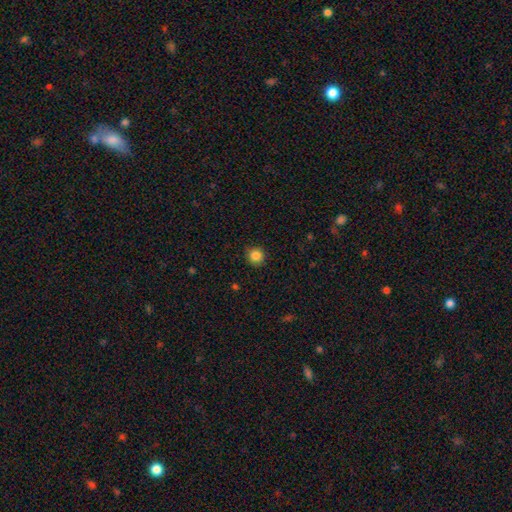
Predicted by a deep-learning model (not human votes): smooth 86%, star or artifact 10%, featured or disk 4%. Down the decision tree: how rounded — round (94%); merging — none (91%).